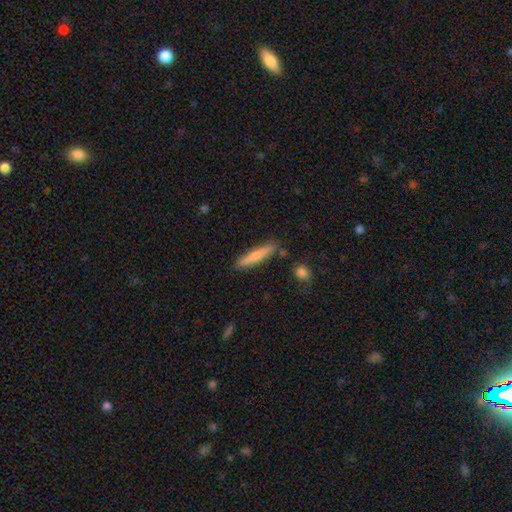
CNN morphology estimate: smooth 67%, featured or disk 27%, star or artifact 6%. Down the decision tree: how rounded — cigar-shaped (90%); merging — none (85%).